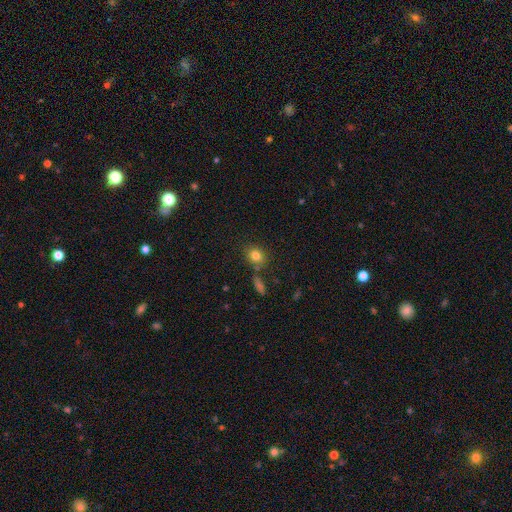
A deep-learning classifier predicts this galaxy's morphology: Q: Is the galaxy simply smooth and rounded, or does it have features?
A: smooth — 81%.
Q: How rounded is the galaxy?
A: round — 64%.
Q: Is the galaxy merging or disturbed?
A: none — 74%.